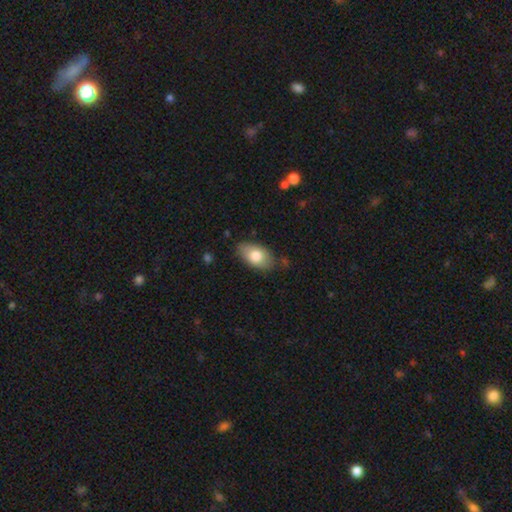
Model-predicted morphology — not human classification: type=smooth (79%); roundness=in between (92%); merging=none (77%).